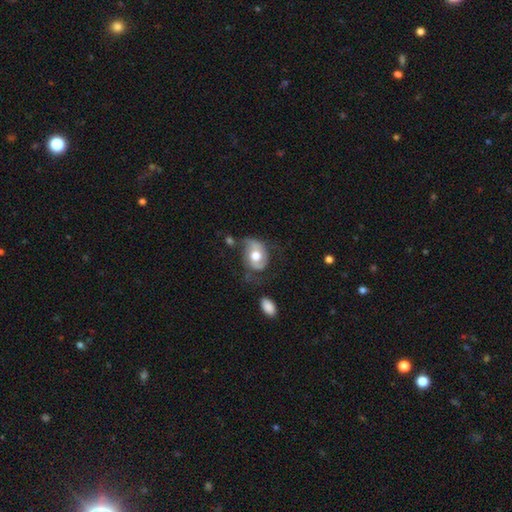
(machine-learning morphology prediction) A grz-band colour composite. It shows a featured or disk galaxy (57%) with no bar (73%), spiral arms (69%) and a moderate central bulge (56%). Merging: none (36%).